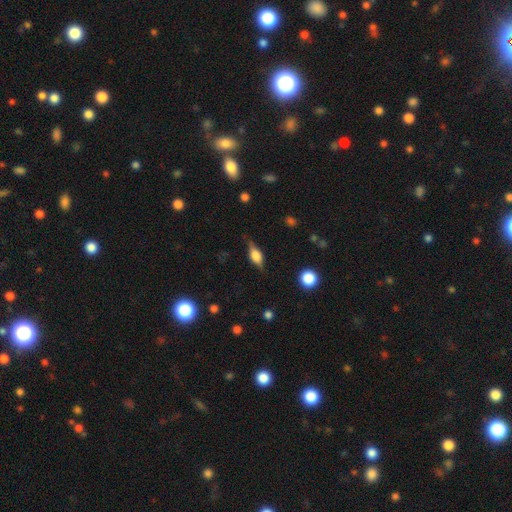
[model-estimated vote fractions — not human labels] smooth-or-featured: featured or disk: 53% | smooth: 39% | star or artifact: 8%
  disk-edge-on: yes: 93% | no: 7%
  merging: none: 77% | minor disturbance: 17% | major disturbance: 5% | merger: 1%